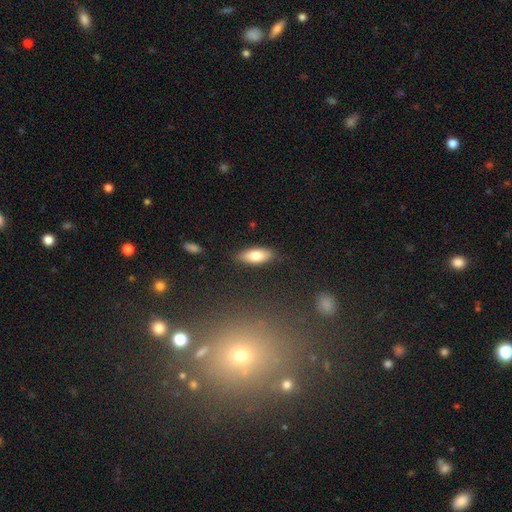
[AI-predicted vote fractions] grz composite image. It shows a smooth galaxy with no disk features (78%) that is in between round and cigar-shaped (75%). Merging: none (84%).